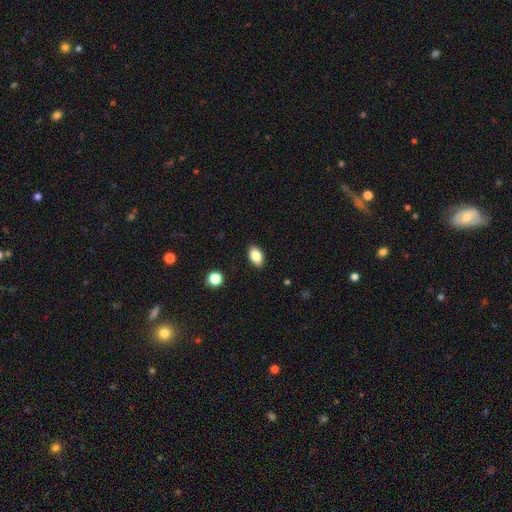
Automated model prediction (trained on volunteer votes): Overall: smooth (84%). How rounded: in between (92%). Merging: none (89%).